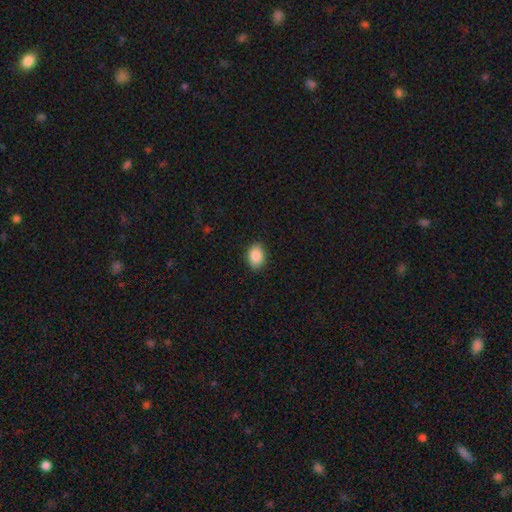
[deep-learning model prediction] The model was most divided on "how rounded": in between: 76%, round: 23%, cigar-shaped: 1%. More confident: merging — none (88%); smooth or featured — smooth (87%).